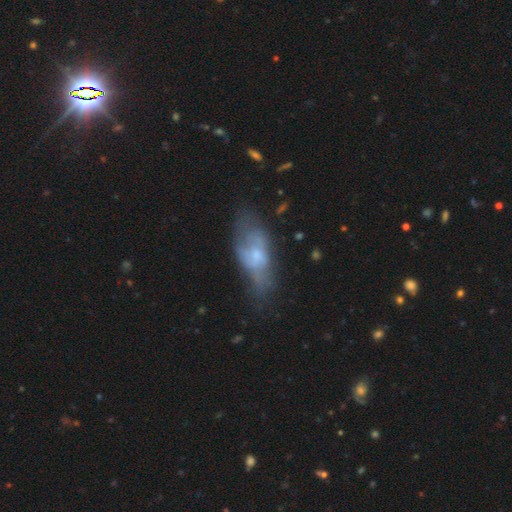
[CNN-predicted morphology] Smooth or featured? Predicted: featured or disk (p=0.47). Merging? Predicted: none (p=0.38).